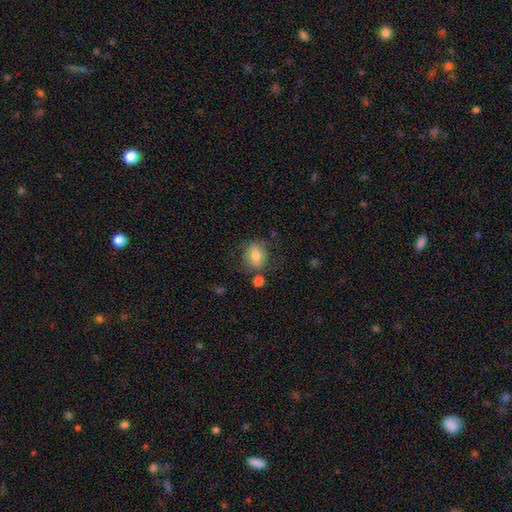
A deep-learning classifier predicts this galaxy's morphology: Overall: smooth (73%). How rounded: in between (55%; round 44%). Merging: none (66%).